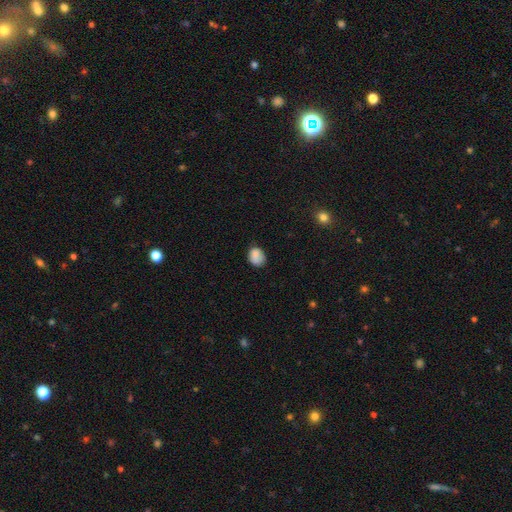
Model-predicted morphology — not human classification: Smooth or featured?
  - smooth: 84% *
  - star or artifact: 9%
  - featured or disk: 7%
How rounded?
  - in between: 55% *
  - round: 44%
  - cigar-shaped: 1%
Merging?
  - none: 67% *
  - minor disturbance: 25%
  - major disturbance: 6%
  - merger: 2%